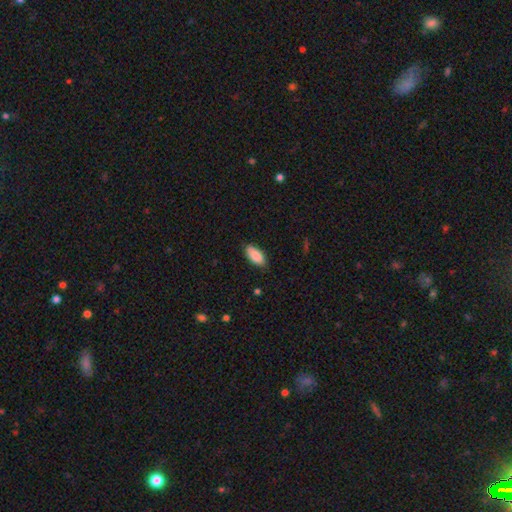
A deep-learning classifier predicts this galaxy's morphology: smooth 88%, star or artifact 6%, featured or disk 5%. Down the decision tree: how rounded — in between (89%); merging — none (82%).